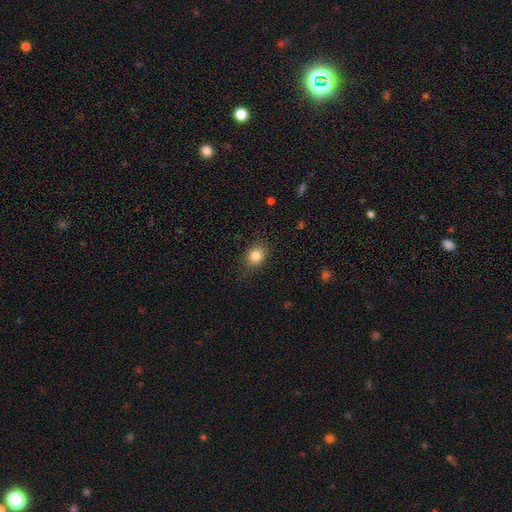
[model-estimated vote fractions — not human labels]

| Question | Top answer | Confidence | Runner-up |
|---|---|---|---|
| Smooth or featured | smooth | 84% | star or artifact (10%) |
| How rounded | round | 57% | in between (42%) |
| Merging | none | 82% | minor disturbance (13%) |